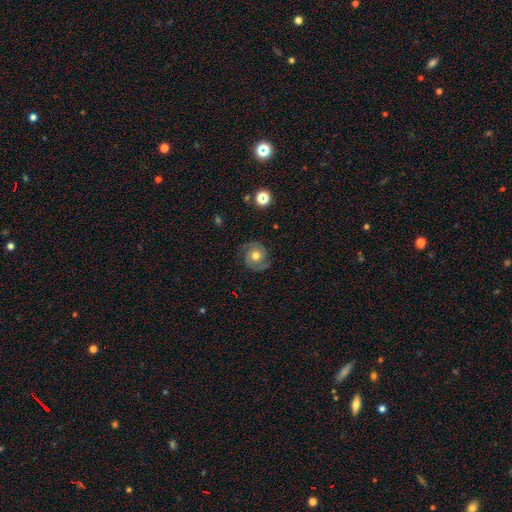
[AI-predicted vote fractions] Smooth or featured?
  - featured or disk: 71% *
  - smooth: 20%
  - star or artifact: 9%
Edge-on disk?
  - no: 98% *
  - yes: 2%
Bar?
  - no: 79% *
  - weak: 17%
  - strong: 4%
Spiral arms?
  - yes: 93% *
  - no: 7%
Spiral winding?
  - tight: 46% *
  - medium: 41%
  - loose: 13%
Spiral arm count?
  - 2: 87% *
  - can't tell: 5%
  - 1: 3%
  - 3: 2%
  - 4: 1%
  - more than 4: 1%
Bulge size?
  - moderate: 76% *
  - small: 12%
  - large: 9%
  - dominant: 1%
  - none: 1%
Merging?
  - none: 81% *
  - minor disturbance: 13%
  - major disturbance: 5%
  - merger: 1%